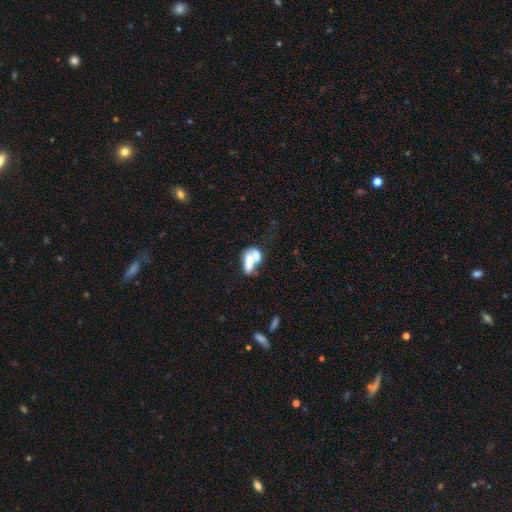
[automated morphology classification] This appears to be a smooth galaxy with no disk features (56%) that is in between round and cigar-shaped (78%). Merging: merger (64%).